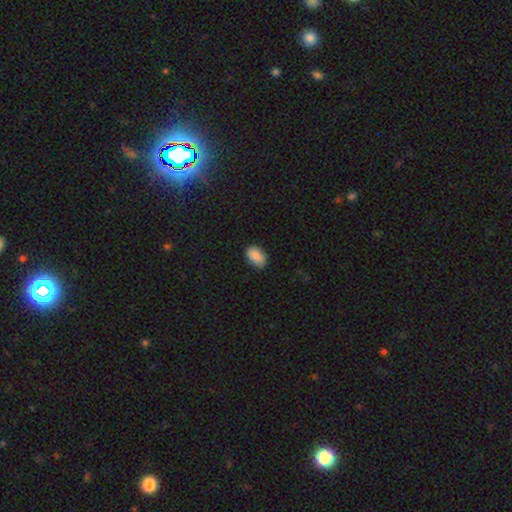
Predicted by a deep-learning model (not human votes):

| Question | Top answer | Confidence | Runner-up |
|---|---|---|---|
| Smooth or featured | smooth | 88% | star or artifact (8%) |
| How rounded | in between | 88% | round (11%) |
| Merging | none | 80% | minor disturbance (16%) |